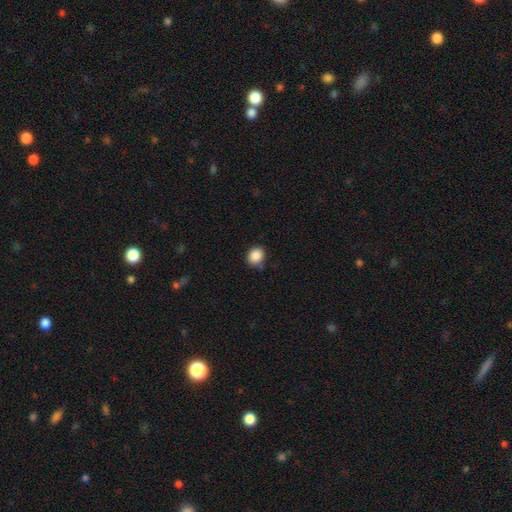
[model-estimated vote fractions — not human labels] smooth-or-featured: smooth: 88% | star or artifact: 9% | featured or disk: 3%
  how-rounded: round: 69% | in between: 30% | cigar-shaped: 1%
  merging: none: 82% | minor disturbance: 12% | merger: 3% | major disturbance: 3%